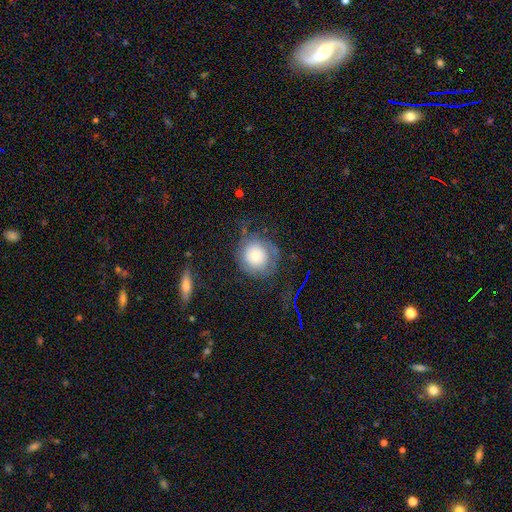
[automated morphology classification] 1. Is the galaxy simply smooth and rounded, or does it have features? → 58% smooth, 31% featured or disk, 11% star or artifact.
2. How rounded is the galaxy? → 87% round, 12% in between, 1% cigar-shaped.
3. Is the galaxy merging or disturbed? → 58% none, 23% minor disturbance, 18% major disturbance, 2% merger.